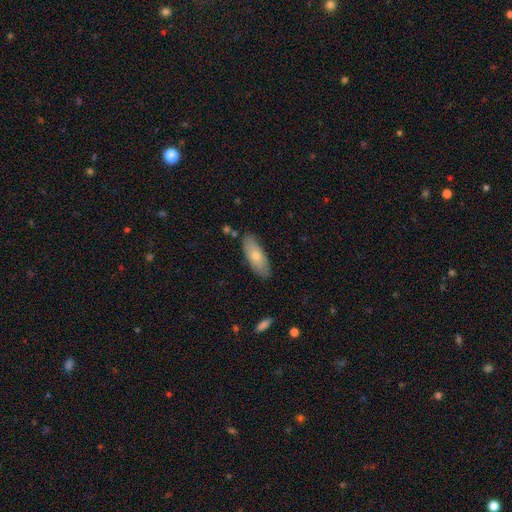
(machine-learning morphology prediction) This appears to be a smooth galaxy with no disk features (69%) that is in between round and cigar-shaped (73%). Merging: none (83%).